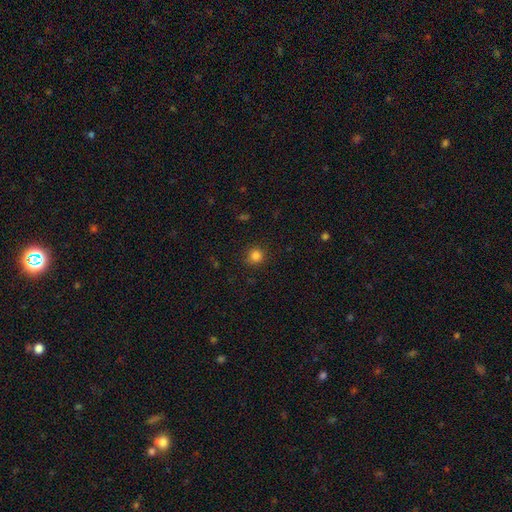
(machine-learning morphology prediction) This is clearly a smooth galaxy (83%). How rounded: clearly round (92%). Merging: clearly none (88%).